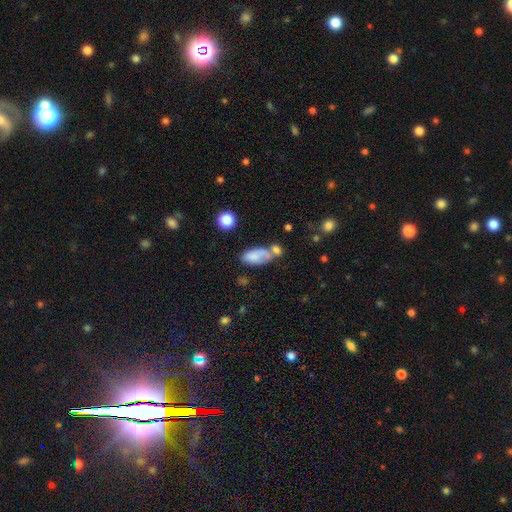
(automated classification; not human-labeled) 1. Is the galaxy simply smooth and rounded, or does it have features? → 73% smooth, 18% featured or disk, 9% star or artifact.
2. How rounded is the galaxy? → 88% in between, 8% cigar-shaped, 4% round.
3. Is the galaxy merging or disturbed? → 36% none, 30% merger, 21% minor disturbance, 12% major disturbance.